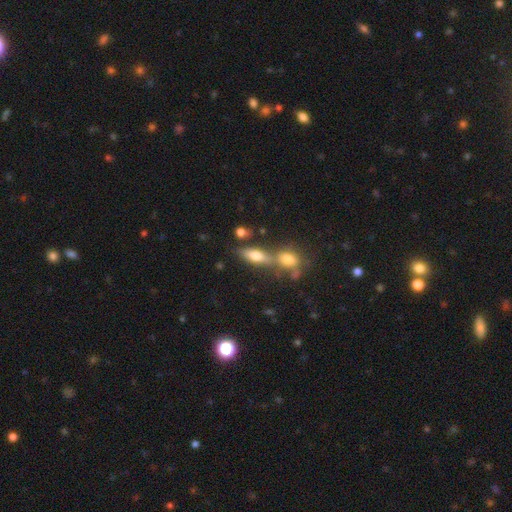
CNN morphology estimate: Smooth or featured: smooth — 68% (featured or disk — 22%)
How rounded: in between — 69% (cigar-shaped — 26%)
Merging: none — 49% (merger — 35%)